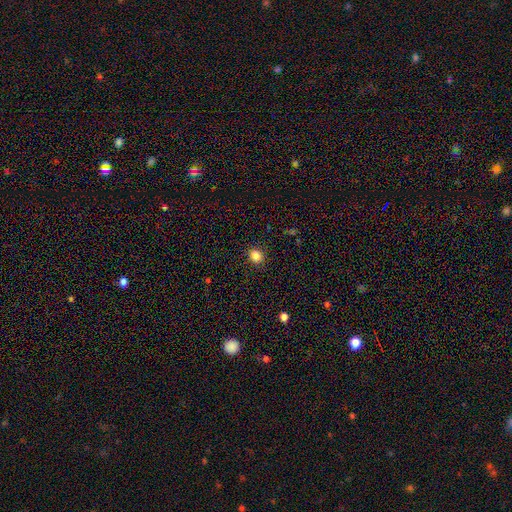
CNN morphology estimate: Smooth or featured? Predicted: smooth (p=0.84). How rounded? Predicted: round (p=0.73). Merging? Predicted: none (p=0.89).